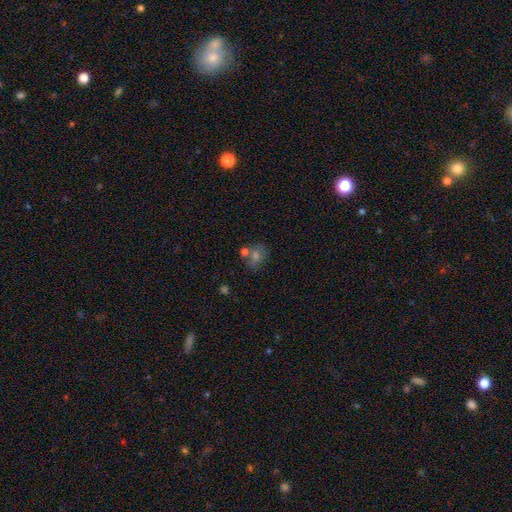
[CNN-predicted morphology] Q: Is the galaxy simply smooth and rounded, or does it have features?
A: smooth — 59%.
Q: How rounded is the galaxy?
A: round — 62%.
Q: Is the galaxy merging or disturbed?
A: none — 60%.